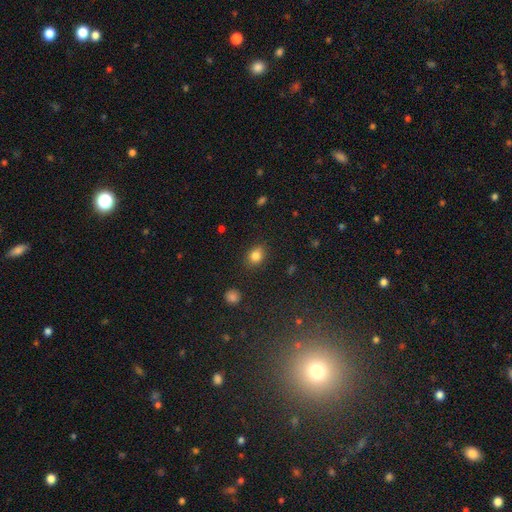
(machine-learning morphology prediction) This is clearly a smooth galaxy (83%). How rounded: possibly in between (55%). Merging: clearly none (84%).